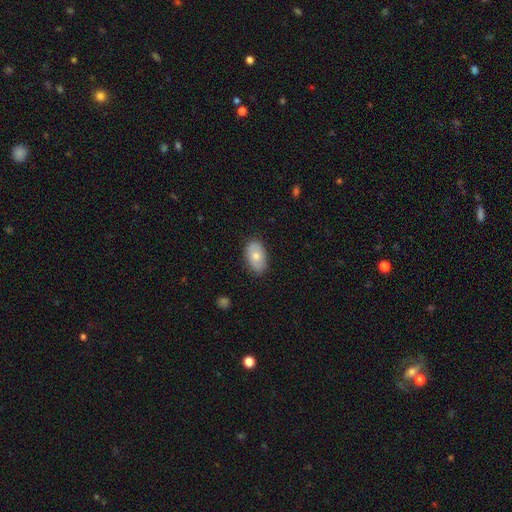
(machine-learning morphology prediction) Smooth or featured? smooth (72%)
How rounded? in between (91%)
Merging? none (81%)